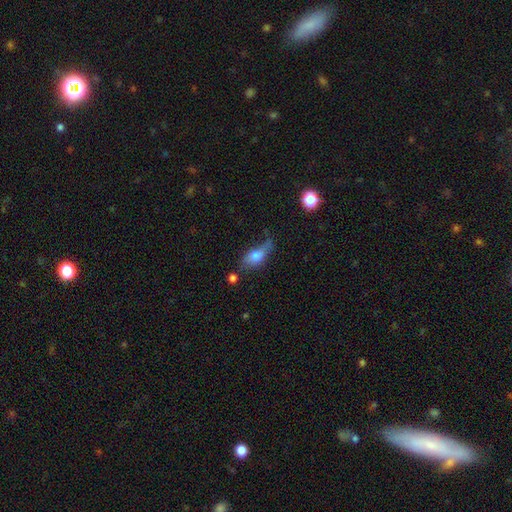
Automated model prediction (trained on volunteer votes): smooth_or_featured: smooth (p=0.61) [alt: featured or disk p=0.30]
how_rounded: in between (p=0.74) [alt: cigar-shaped p=0.18]
merging: none (p=0.36) [alt: minor disturbance p=0.33]